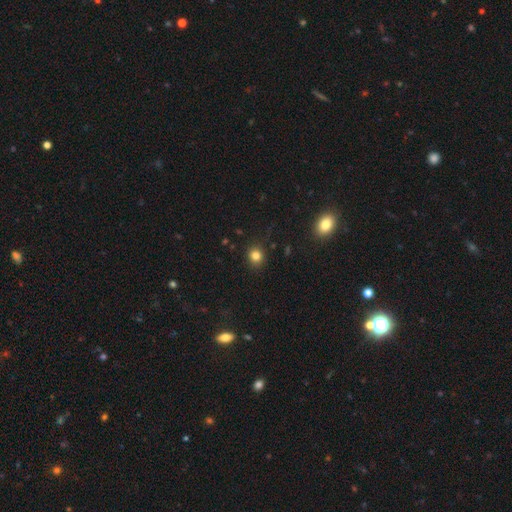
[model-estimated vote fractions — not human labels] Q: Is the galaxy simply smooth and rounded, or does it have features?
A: smooth — 82%.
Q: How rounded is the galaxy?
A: round — 81%.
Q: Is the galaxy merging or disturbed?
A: none — 86%.